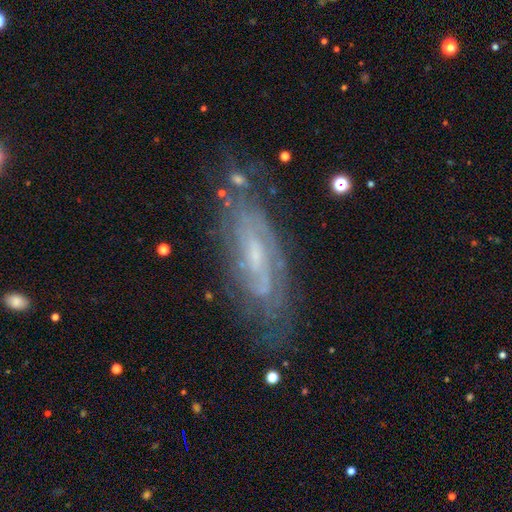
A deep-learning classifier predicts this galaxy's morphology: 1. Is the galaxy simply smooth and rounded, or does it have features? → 79% featured or disk, 13% smooth, 8% star or artifact.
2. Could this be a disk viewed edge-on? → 82% no, 18% yes.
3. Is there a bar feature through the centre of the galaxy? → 46% weak, 40% no, 14% strong.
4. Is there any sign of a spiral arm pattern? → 89% yes, 11% no.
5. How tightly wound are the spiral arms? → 58% tight, 33% medium, 10% loose.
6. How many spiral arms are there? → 48% can't tell, 30% 2, 9% 3, 5% 4, 4% 1, 4% more than 4.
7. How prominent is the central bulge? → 60% small, 25% moderate, 12% none, 2% large, 1% dominant.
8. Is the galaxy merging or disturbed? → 73% none, 18% minor disturbance, 7% major disturbance, 3% merger.